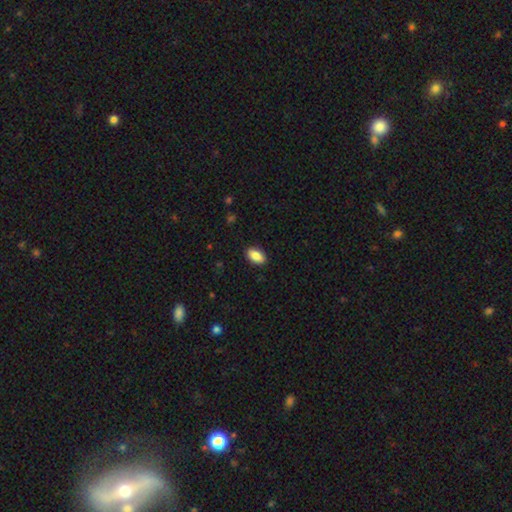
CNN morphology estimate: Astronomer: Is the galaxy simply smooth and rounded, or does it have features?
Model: smooth — 86%.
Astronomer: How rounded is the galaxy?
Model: in between — 93%.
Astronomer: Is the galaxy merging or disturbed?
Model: none — 89%.